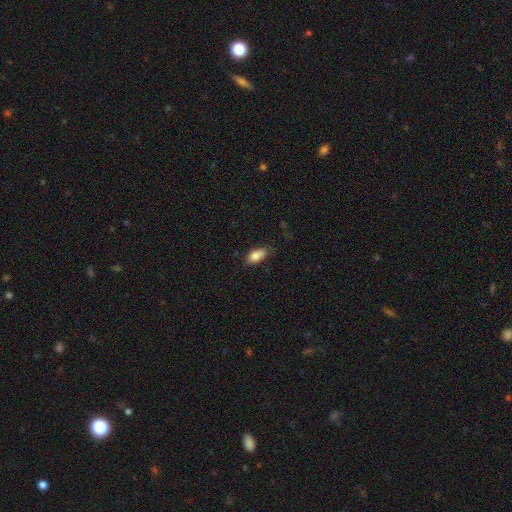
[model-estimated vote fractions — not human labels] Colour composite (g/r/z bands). It shows a smooth galaxy with no disk features (85%) that is in between round and cigar-shaped (89%). Merging: none (63%).